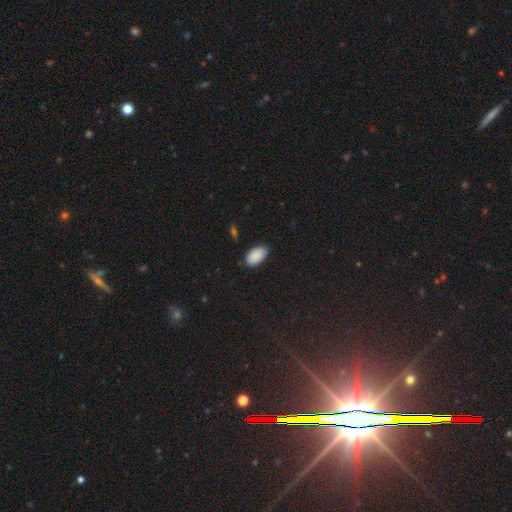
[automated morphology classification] A smooth galaxy with no disk features (89%) that is in between round and cigar-shaped (96%). Merging: none (84%).